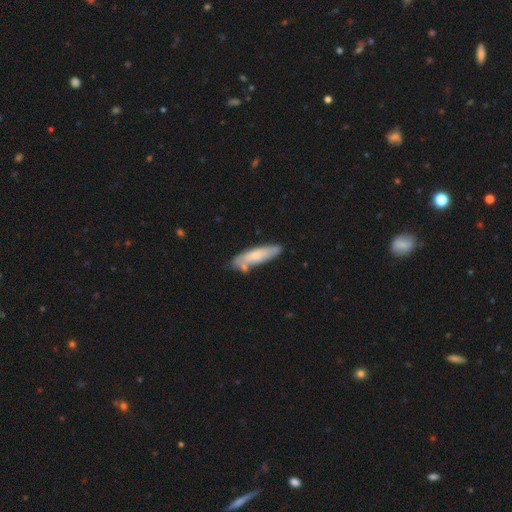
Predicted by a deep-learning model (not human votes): Smooth or featured: smooth — 60% (featured or disk — 34%)
How rounded: cigar-shaped — 67% (in between — 31%)
Merging: none — 67% (minor disturbance — 20%)